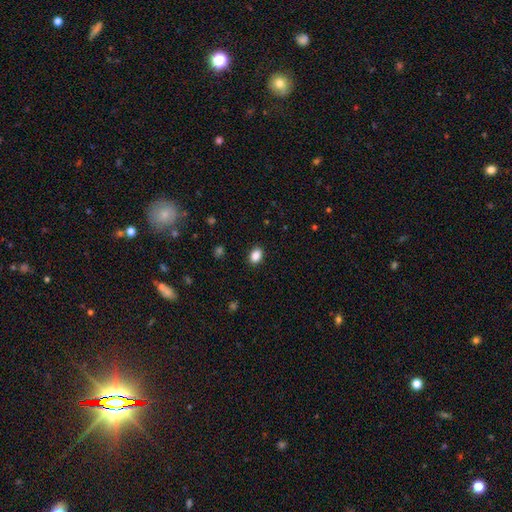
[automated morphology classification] Smooth or featured?
  - smooth: 88% *
  - star or artifact: 9%
  - featured or disk: 3%
How rounded?
  - in between: 73% *
  - round: 26%
  - cigar-shaped: 1%
Merging?
  - none: 89% *
  - minor disturbance: 8%
  - major disturbance: 2%
  - merger: 1%